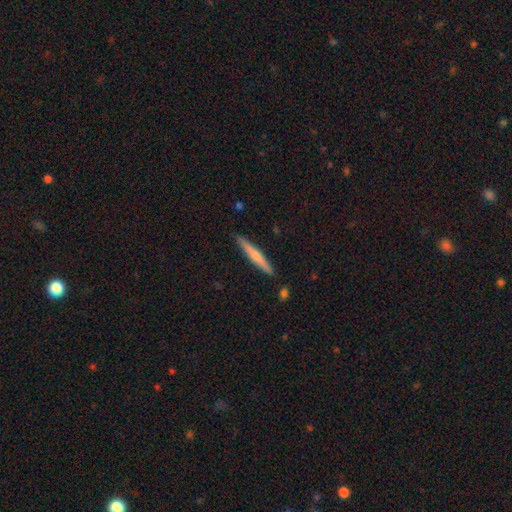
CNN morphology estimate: Overall: smooth (55%; featured or disk 39%). How rounded: cigar-shaped (96%). Merging: none (90%).